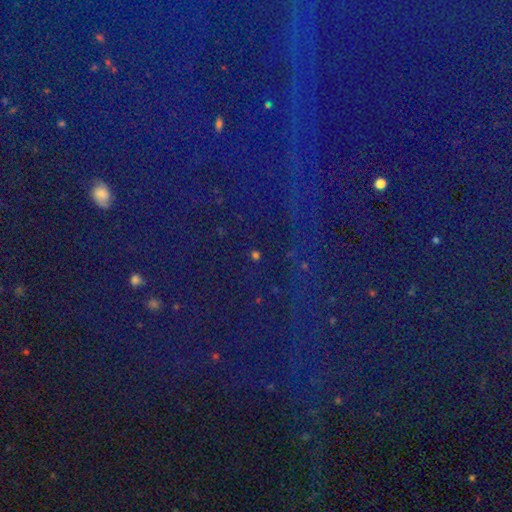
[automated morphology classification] star or artifact 77%, smooth 16%, featured or disk 7%.